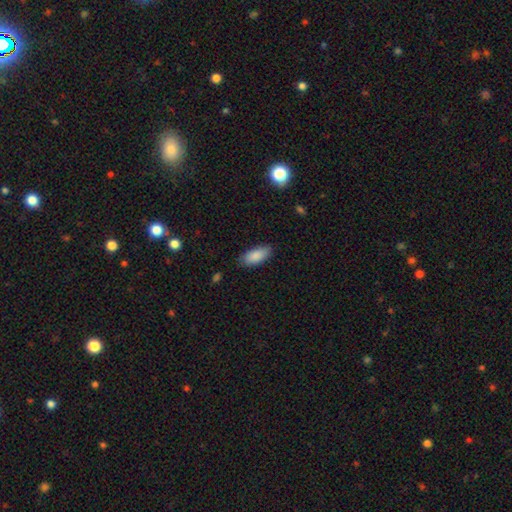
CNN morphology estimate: Smooth or featured? smooth (89%)
How rounded? in between (87%)
Merging? none (84%)